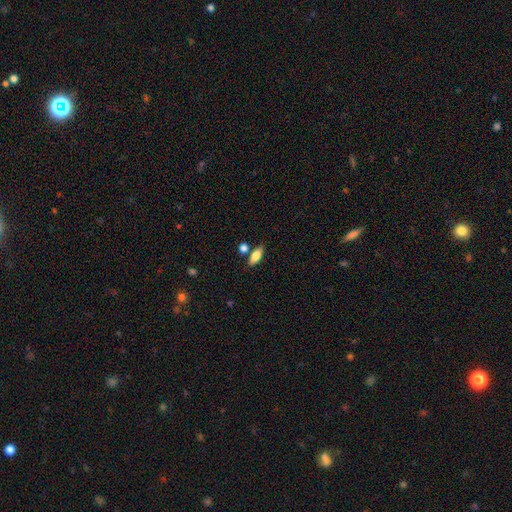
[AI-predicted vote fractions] Overall: smooth (79%). How rounded: in between (78%). Merging: none (75%).